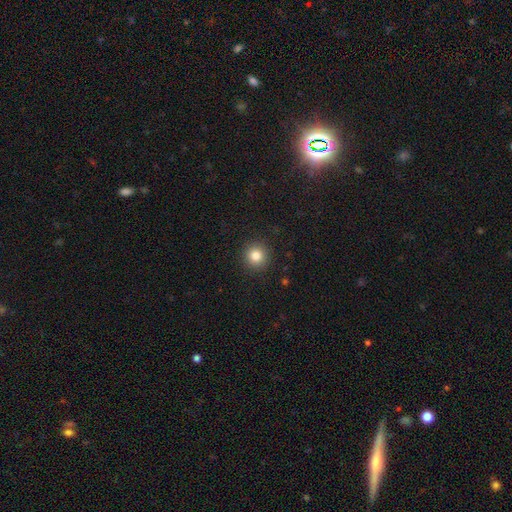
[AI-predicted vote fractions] This is clearly a smooth galaxy (83%). How rounded: clearly round (94%). Merging: clearly none (92%).